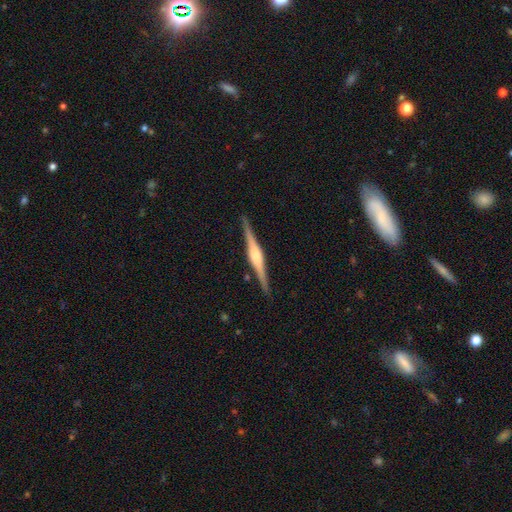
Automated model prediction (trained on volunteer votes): Smooth or featured? Predicted: featured or disk (p=0.82). Edge-on disk? Predicted: yes (p=0.98). Edge-on bulge? Predicted: rounded (p=0.73). Merging? Predicted: none (p=0.90).